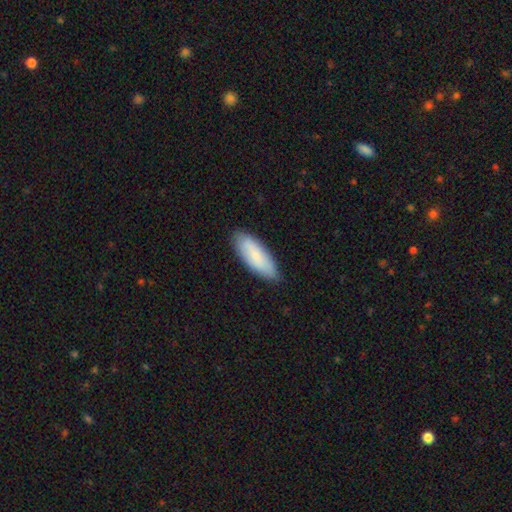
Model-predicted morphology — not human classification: smooth-or-featured: smooth: 77% | featured or disk: 17% | star or artifact: 6%
  how-rounded: in between: 68% | cigar-shaped: 30% | round: 2%
  merging: none: 85% | minor disturbance: 12% | major disturbance: 2% | merger: 1%